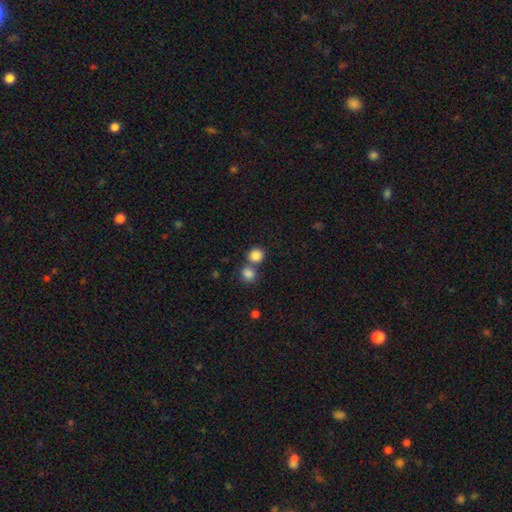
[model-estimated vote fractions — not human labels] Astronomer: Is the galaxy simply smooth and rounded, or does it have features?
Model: smooth — 85%.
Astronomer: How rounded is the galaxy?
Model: round — 86%.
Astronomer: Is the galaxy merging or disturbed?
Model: none — 56% (runner-up: merger, 35%).